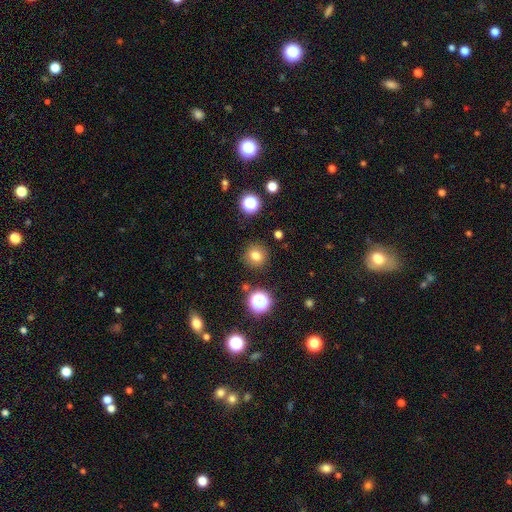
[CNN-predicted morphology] Overall: smooth (78%). How rounded: round (91%). Merging: none (89%).